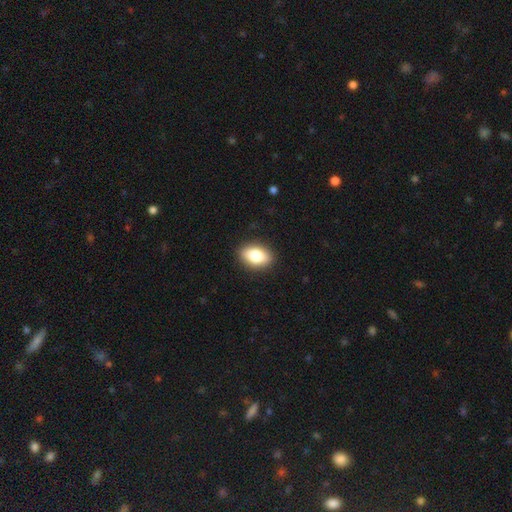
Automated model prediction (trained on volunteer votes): Smooth or featured: smooth — 80% (featured or disk — 12%)
How rounded: in between — 86% (round — 12%)
Merging: none — 90% (minor disturbance — 7%)